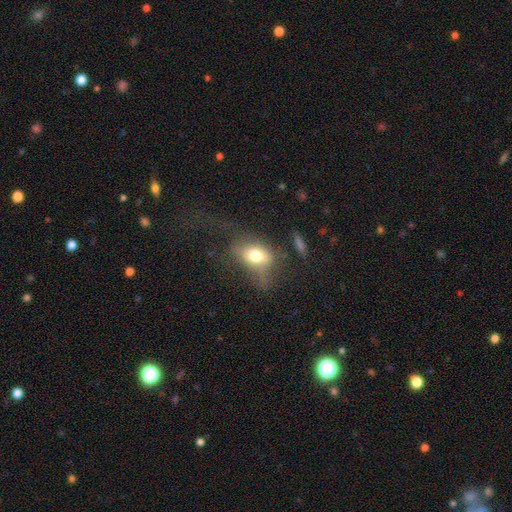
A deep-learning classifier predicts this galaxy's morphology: The model was most divided on "merging": none: 36%, major disturbance: 34%, minor disturbance: 25%, merger: 5%. More confident: how rounded — in between (80%); smooth or featured — smooth (70%).